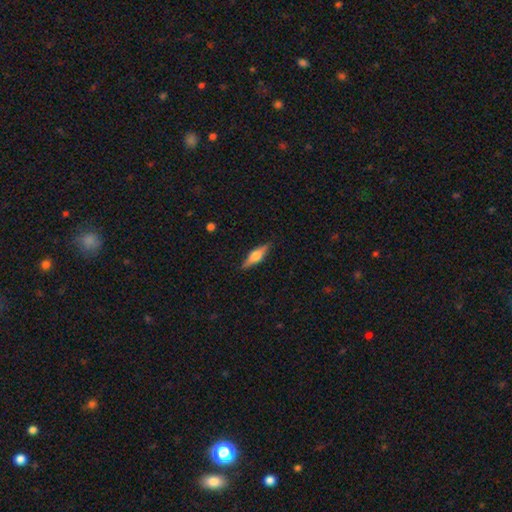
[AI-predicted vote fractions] Smooth or featured? Predicted: featured or disk (p=0.51). Edge-on disk? Predicted: yes (p=0.94). Merging? Predicted: none (p=0.87).